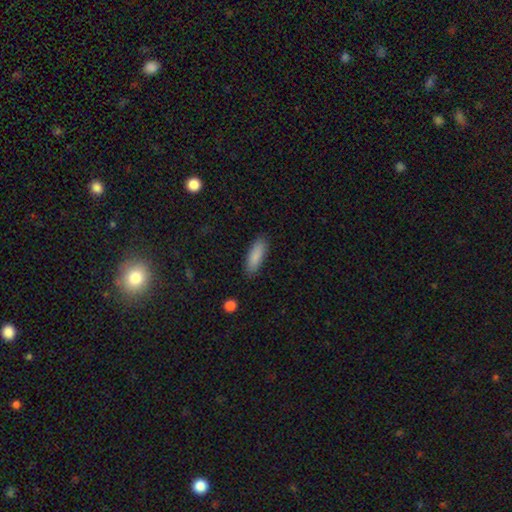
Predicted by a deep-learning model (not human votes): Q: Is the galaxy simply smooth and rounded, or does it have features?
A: smooth — 88%.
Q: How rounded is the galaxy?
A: in between — 59%.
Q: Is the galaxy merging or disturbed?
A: none — 87%.